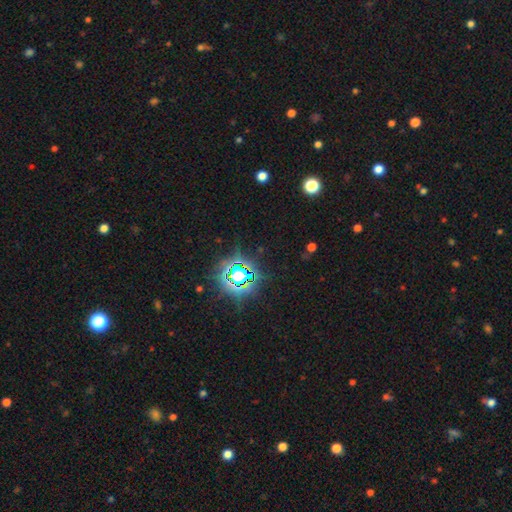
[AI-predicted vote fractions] Overall: star or artifact (81%).